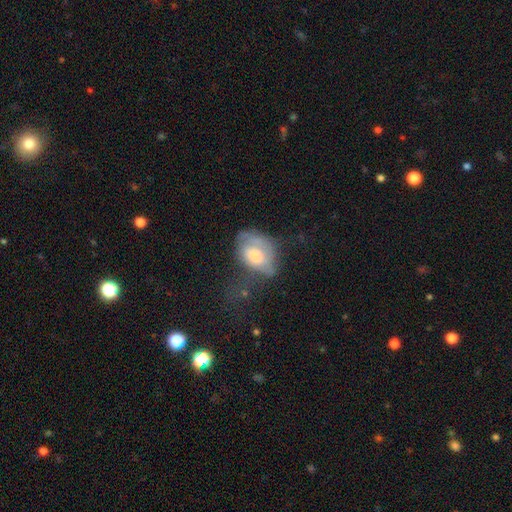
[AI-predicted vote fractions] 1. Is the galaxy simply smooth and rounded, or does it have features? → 56% smooth, 36% featured or disk, 8% star or artifact.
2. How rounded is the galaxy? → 76% in between, 22% round, 1% cigar-shaped.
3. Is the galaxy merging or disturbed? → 33% minor disturbance, 32% major disturbance, 31% none, 5% merger.